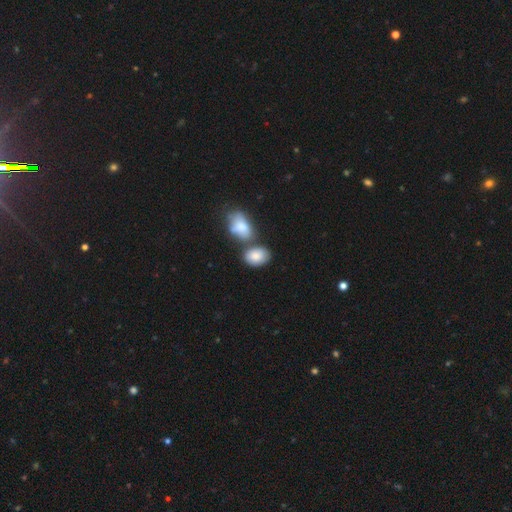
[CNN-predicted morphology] Overall: smooth (83%). How rounded: in between (83%). Merging: none (46%; merger 34%).